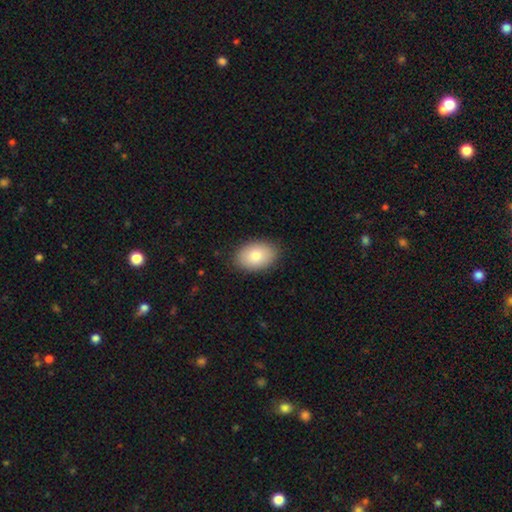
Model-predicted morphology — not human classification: smooth 81%, featured or disk 12%, star or artifact 7%. Down the decision tree: how rounded — in between (86%); merging — none (87%).